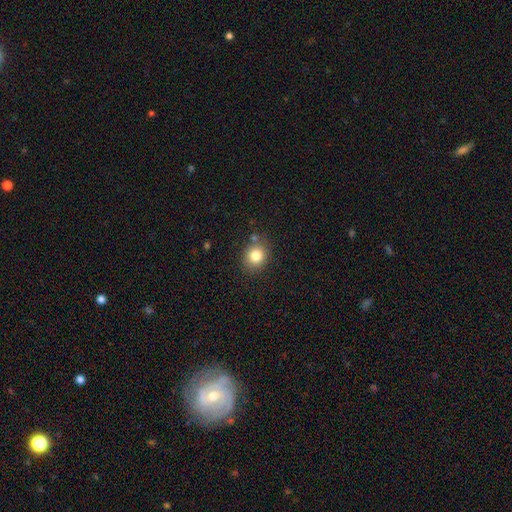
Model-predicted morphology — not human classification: smooth-or-featured: smooth: 82% | star or artifact: 11% | featured or disk: 7%
  how-rounded: round: 71% | in between: 28% | cigar-shaped: 1%
  merging: none: 80% | minor disturbance: 12% | merger: 5% | major disturbance: 3%